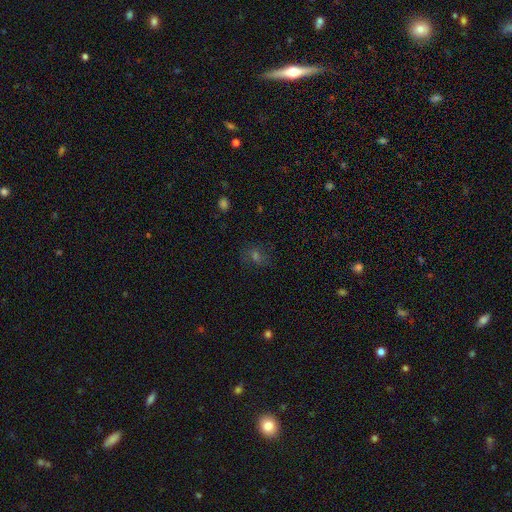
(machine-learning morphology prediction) A smooth galaxy with no disk features (44%). Merging: none (77%).